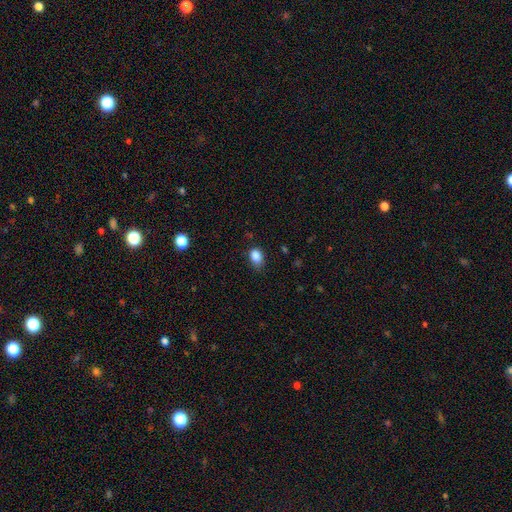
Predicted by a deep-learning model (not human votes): Smooth or featured?
  - smooth: 86% *
  - star or artifact: 10%
  - featured or disk: 4%
How rounded?
  - in between: 73% *
  - round: 26%
  - cigar-shaped: 1%
Merging?
  - none: 67% *
  - minor disturbance: 27%
  - major disturbance: 5%
  - merger: 2%